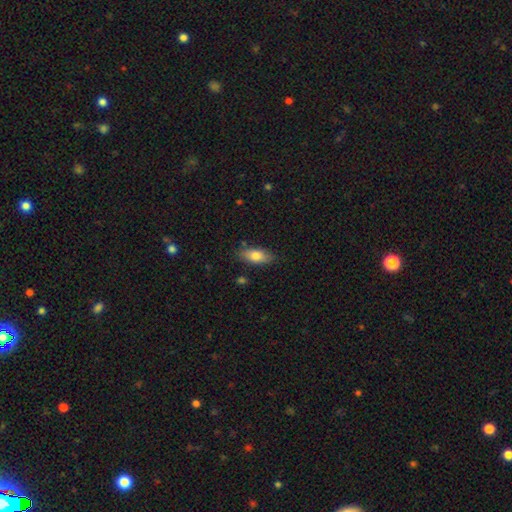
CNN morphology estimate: Q: Smooth or featured?
A: smooth (78%); runner-up: featured or disk (15%)
Q: How rounded?
A: in between (82%); runner-up: cigar-shaped (15%)
Q: Merging?
A: none (84%); runner-up: minor disturbance (12%)